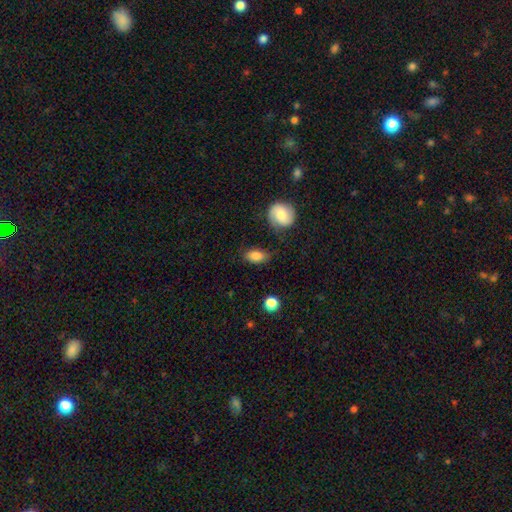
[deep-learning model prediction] A smooth galaxy with no disk features (79%) that is in between round and cigar-shaped (86%).

Vote fractions:
- Smooth or featured? smooth: 79% / featured or disk: 13% / star or artifact: 8%
- How rounded? in between: 86% / round: 11% / cigar-shaped: 4%
- Merging? none: 69% / minor disturbance: 21% / major disturbance: 6% / merger: 4%